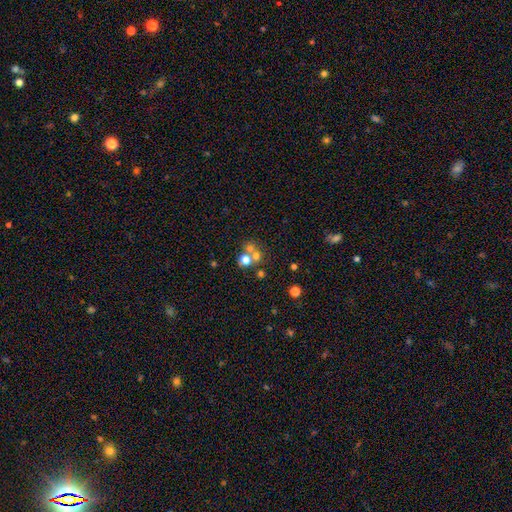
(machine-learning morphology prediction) Smooth or featured?
  - smooth: 61% *
  - star or artifact: 21%
  - featured or disk: 19%
How rounded?
  - round: 84% *
  - in between: 15%
  - cigar-shaped: 1%
Merging?
  - merger: 47% *
  - none: 43%
  - minor disturbance: 6%
  - major disturbance: 4%